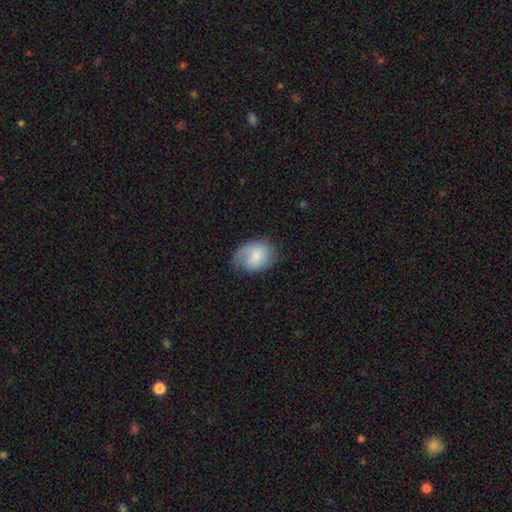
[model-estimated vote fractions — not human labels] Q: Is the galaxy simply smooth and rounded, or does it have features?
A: smooth — 73%.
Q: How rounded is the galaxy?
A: in between — 67%.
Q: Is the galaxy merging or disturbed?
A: none — 63%.